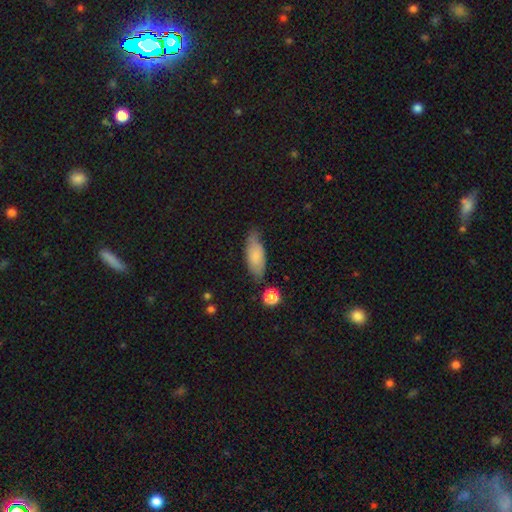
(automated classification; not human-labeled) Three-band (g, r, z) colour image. It shows a smooth galaxy with no disk features (77%) that is in between round and cigar-shaped (80%). Merging: none (67%).